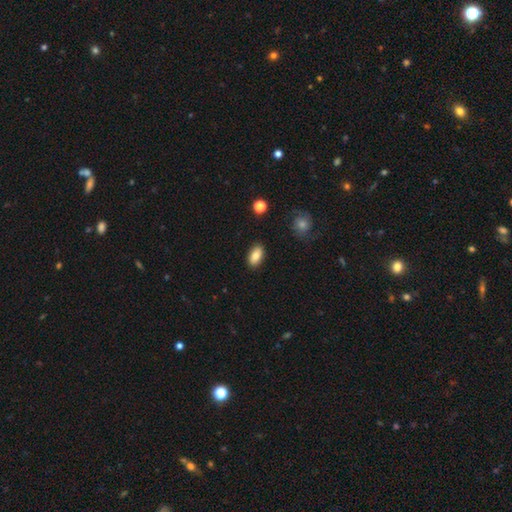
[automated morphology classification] This is clearly a smooth galaxy (83%). How rounded: clearly in between (91%). Merging: clearly none (88%).